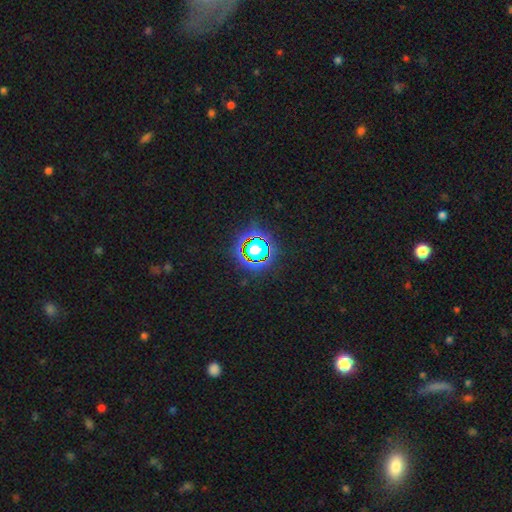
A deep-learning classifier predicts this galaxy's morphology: A star or artifact, not a galaxy (77%).